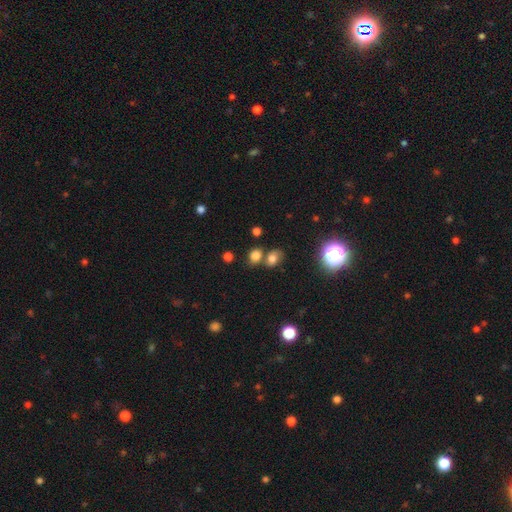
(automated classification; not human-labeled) Morphology: type=smooth (75%); roundness=round (57%); merging=none (54%).